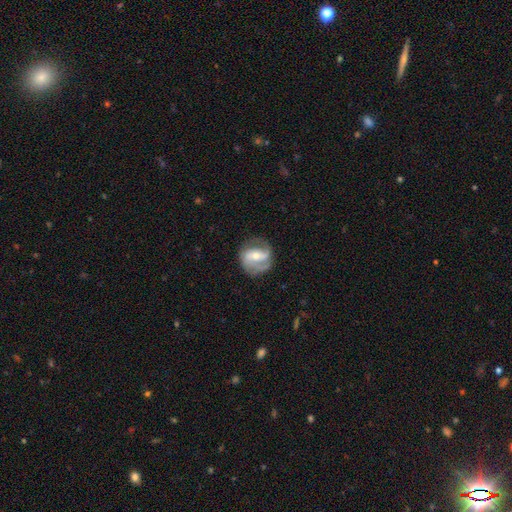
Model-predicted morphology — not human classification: smooth_or_featured: featured or disk (p=0.76) [alt: smooth p=0.18]
disk_edge_on: no (p=0.96) [alt: yes p=0.04]
bar: strong (p=0.41) [alt: weak p=0.37]
has_spiral_arms: yes (p=0.87) [alt: no p=0.13]
spiral_winding: medium (p=0.45) [alt: tight p=0.29]
spiral_arm_count: 2 (p=0.72) [alt: can't tell p=0.11]
bulge_size: moderate (p=0.51) [alt: small p=0.43]
merging: none (p=0.68) [alt: minor disturbance p=0.19]